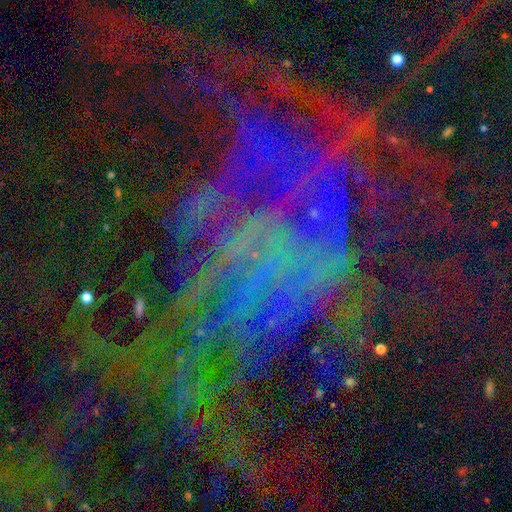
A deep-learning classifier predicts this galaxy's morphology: star or artifact 57%, featured or disk 33%, smooth 11%.